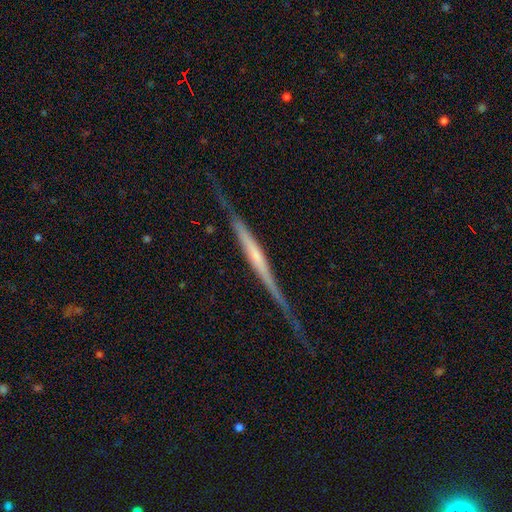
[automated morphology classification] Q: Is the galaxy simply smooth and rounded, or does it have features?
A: featured or disk — 77%.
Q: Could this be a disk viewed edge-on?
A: yes — 96%.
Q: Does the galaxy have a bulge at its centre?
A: none — 55%.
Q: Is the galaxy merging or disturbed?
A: none — 73%.